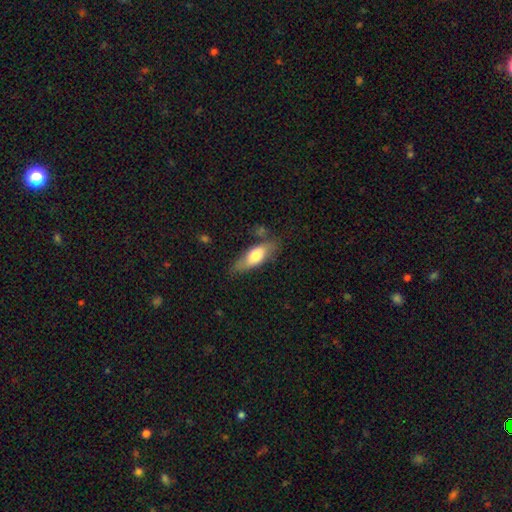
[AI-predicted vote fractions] A smooth galaxy with no disk features (66%) that is in between round and cigar-shaped (66%). Merging: none (72%).